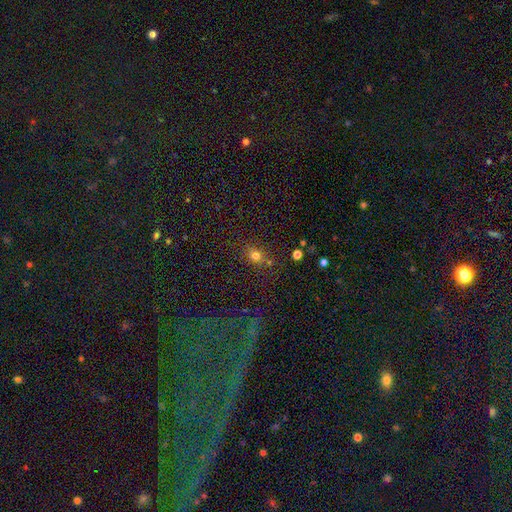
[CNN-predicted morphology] type=smooth (74%); roundness=round (56%); merging=none (75%).